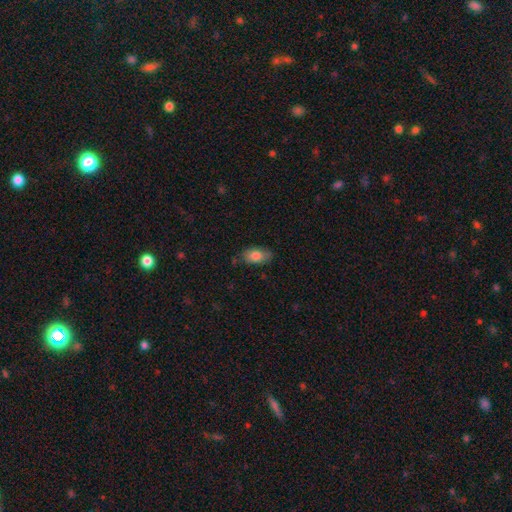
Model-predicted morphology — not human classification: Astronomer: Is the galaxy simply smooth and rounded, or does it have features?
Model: smooth — 82%.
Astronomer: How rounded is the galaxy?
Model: in between — 91%.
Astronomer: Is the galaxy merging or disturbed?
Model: none — 74%.